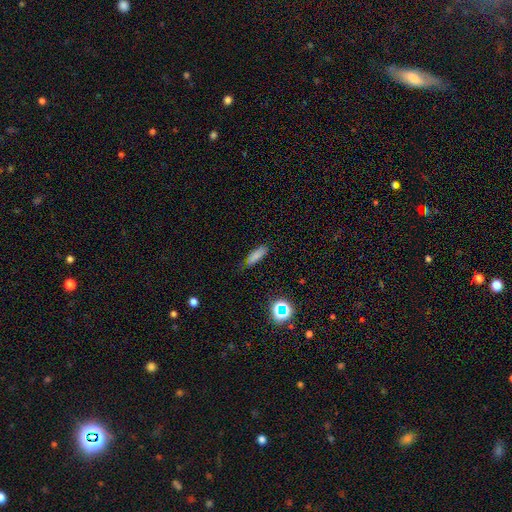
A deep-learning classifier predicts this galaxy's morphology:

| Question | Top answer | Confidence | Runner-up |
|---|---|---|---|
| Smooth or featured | smooth | 78% | star or artifact (12%) |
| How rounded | in between | 56% | cigar-shaped (41%) |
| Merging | none | 76% | minor disturbance (19%) |